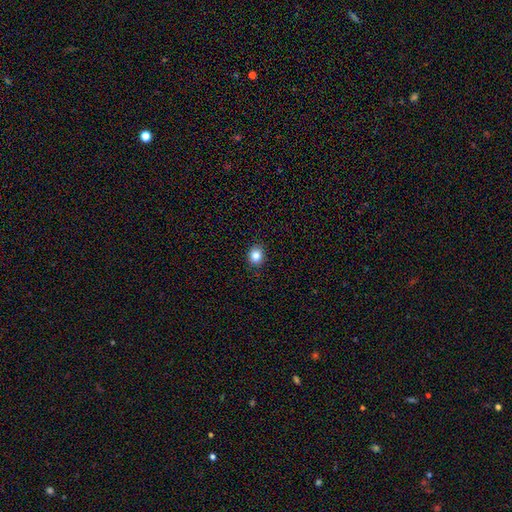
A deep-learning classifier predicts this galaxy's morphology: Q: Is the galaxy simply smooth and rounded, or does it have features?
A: smooth — 84%.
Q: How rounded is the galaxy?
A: round — 64%.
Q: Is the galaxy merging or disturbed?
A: none — 89%.